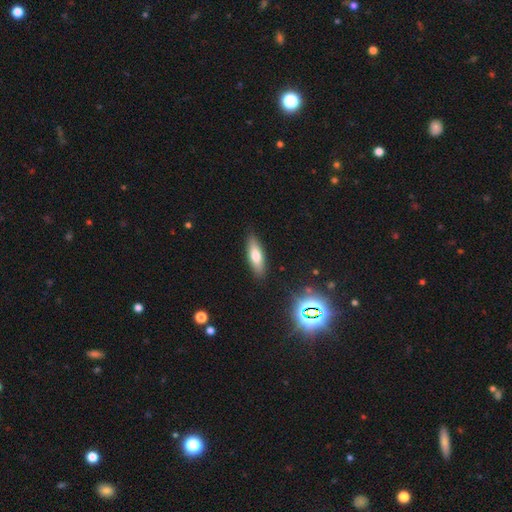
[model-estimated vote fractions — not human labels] This appears to be a smooth galaxy with no disk features (72%) that is in between round and cigar-shaped (54%). Merging: none (87%).